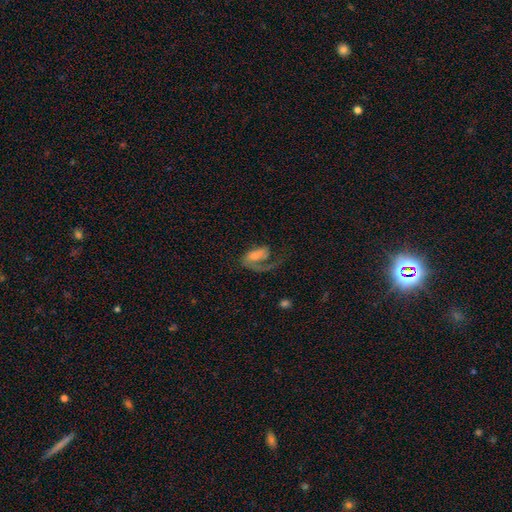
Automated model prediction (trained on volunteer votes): featured or disk 63%, smooth 29%, star or artifact 8%. Down the decision tree: edge-on disk — no (96%); bar — no (61%); spiral arms — yes (84%); spiral arm count — 1 (81%); spiral winding — loose (49%); bulge size — small (43%); merging — major disturbance (55%).